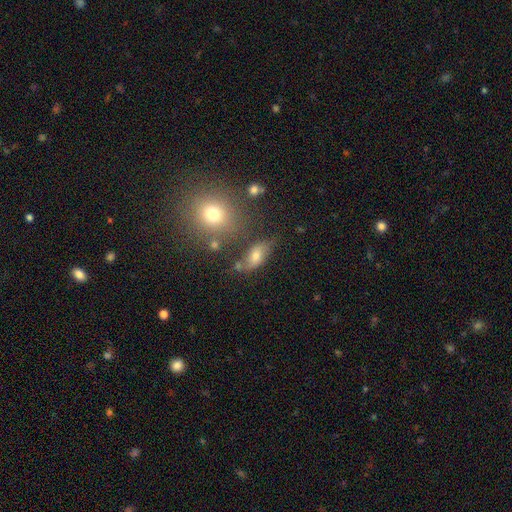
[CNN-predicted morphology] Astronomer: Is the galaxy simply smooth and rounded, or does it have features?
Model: smooth — 60%.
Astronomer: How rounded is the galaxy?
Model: in between — 77%.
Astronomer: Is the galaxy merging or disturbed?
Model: none — 61%.